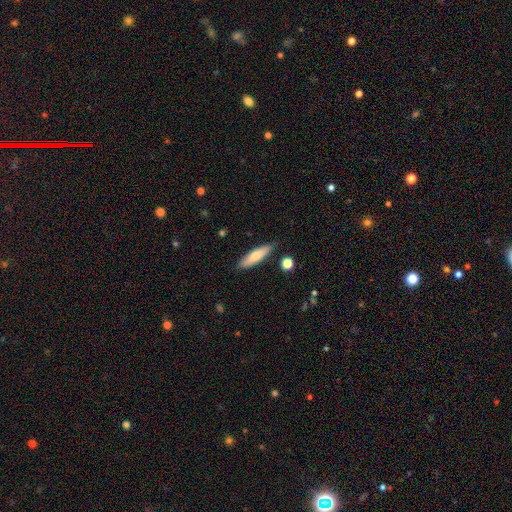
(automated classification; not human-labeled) Smooth or featured? smooth (71%)
How rounded? cigar-shaped (69%)
Merging? none (84%)